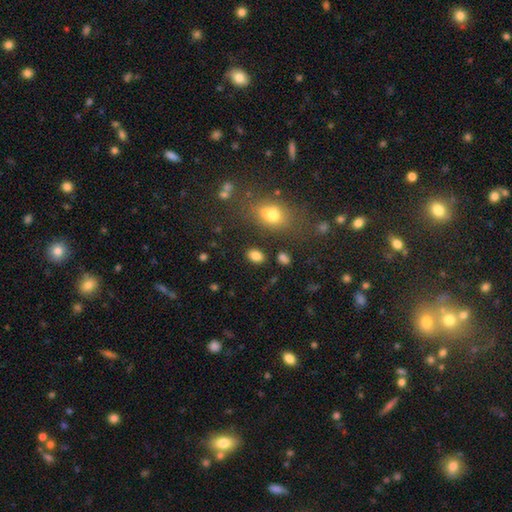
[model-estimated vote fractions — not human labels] Smooth or featured?
  - smooth: 83% *
  - star or artifact: 11%
  - featured or disk: 6%
How rounded?
  - in between: 84% *
  - round: 15%
  - cigar-shaped: 2%
Merging?
  - none: 84% *
  - minor disturbance: 9%
  - merger: 4%
  - major disturbance: 3%